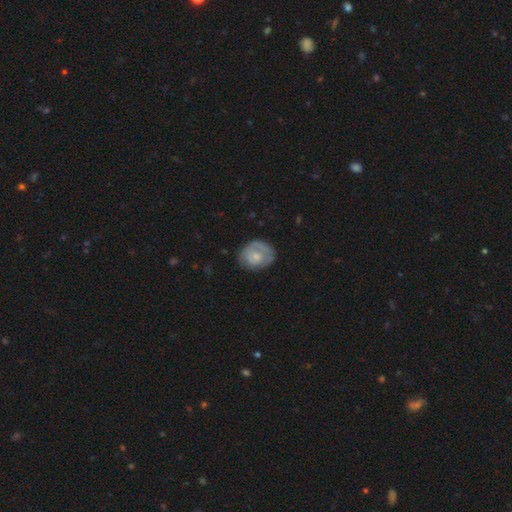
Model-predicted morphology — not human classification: smooth-or-featured: smooth: 56% | featured or disk: 37% | star or artifact: 6%
  how-rounded: round: 54% | in between: 45% | cigar-shaped: 1%
  merging: none: 61% | minor disturbance: 26% | major disturbance: 11% | merger: 2%